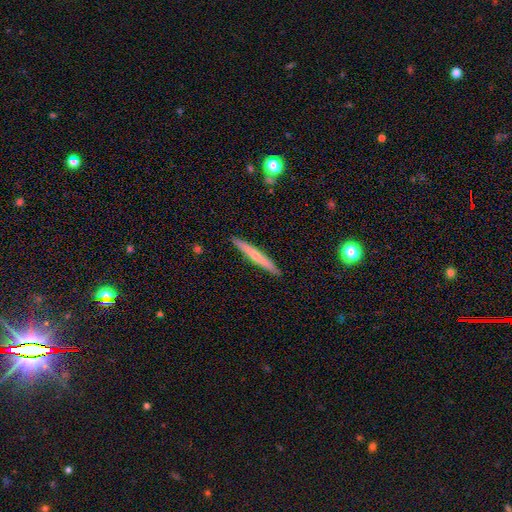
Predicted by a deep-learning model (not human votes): Overall: smooth (51%; featured or disk 43%). How rounded: cigar-shaped (96%). Merging: none (91%).